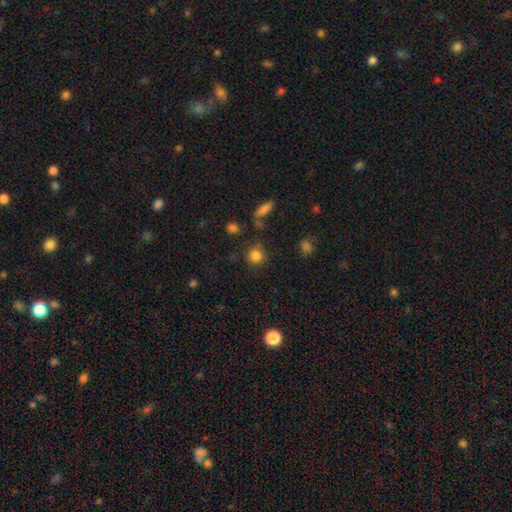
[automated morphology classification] Smooth or featured: smooth — 82% (star or artifact — 12%)
How rounded: round — 88% (in between — 11%)
Merging: none — 78% (minor disturbance — 12%)